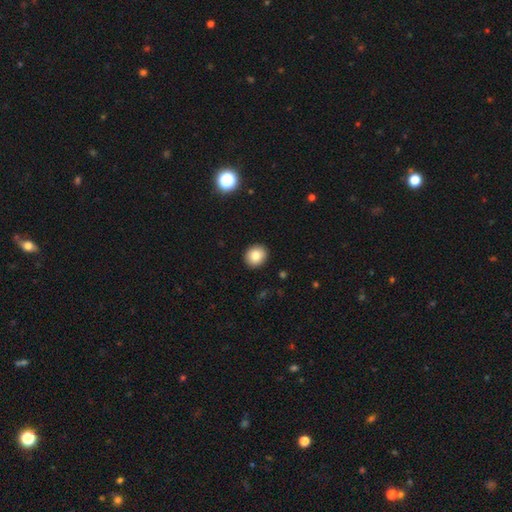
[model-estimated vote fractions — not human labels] smooth_or_featured: smooth (p=0.84) [alt: star or artifact p=0.09]
how_rounded: round (p=0.73) [alt: in between p=0.26]
merging: none (p=0.91) [alt: minor disturbance p=0.06]